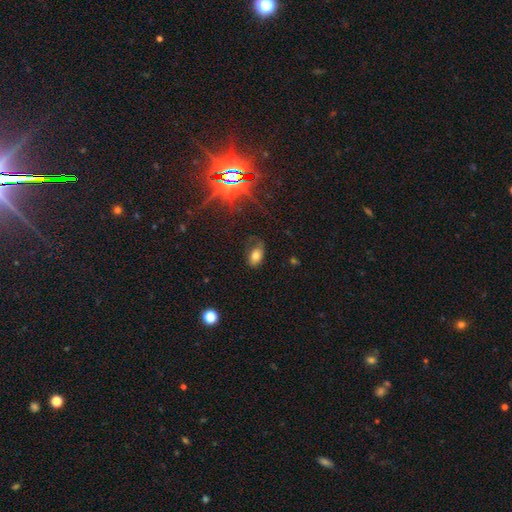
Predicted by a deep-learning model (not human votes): Overall: smooth (70%). How rounded: in between (89%). Merging: none (61%; minor disturbance 26%).